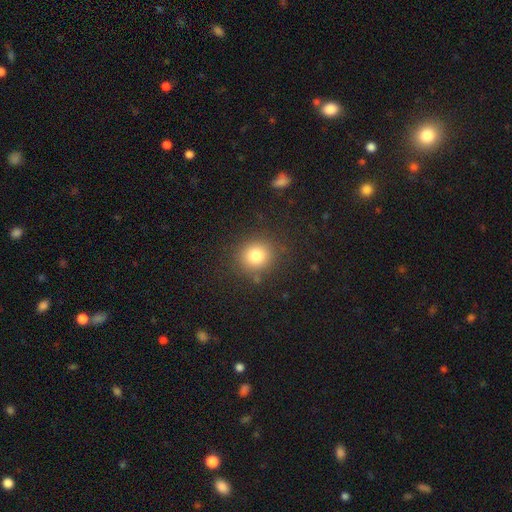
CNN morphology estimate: This appears to be a smooth galaxy with no disk features (79%) that is round (87%). Merging: none (87%).